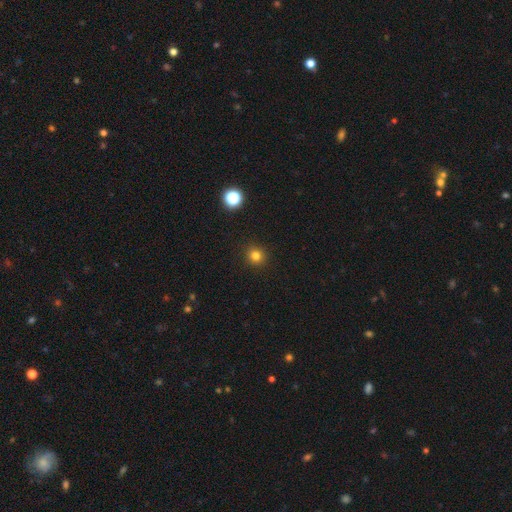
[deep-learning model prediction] A smooth galaxy with no disk features (79%) that is round (93%).

Vote fractions:
- Smooth or featured? smooth: 79% / star or artifact: 16% / featured or disk: 5%
- How rounded? round: 93% / in between: 6% / cigar-shaped: 1%
- Merging? none: 92% / minor disturbance: 5% / major disturbance: 2% / merger: 1%